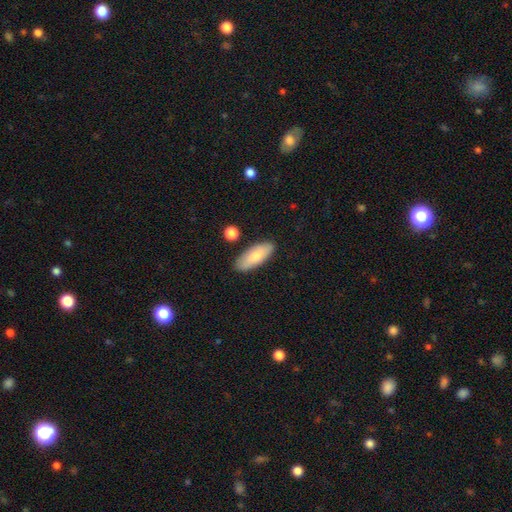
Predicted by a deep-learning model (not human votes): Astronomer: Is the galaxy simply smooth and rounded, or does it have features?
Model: smooth — 76%.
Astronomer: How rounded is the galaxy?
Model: in between — 80%.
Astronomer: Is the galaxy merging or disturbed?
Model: none — 85%.